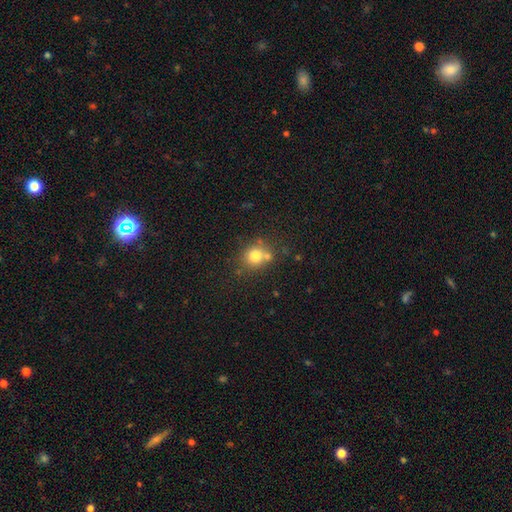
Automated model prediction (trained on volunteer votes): Smooth or featured? smooth (77%)
How rounded? round (79%)
Merging? none (59%)